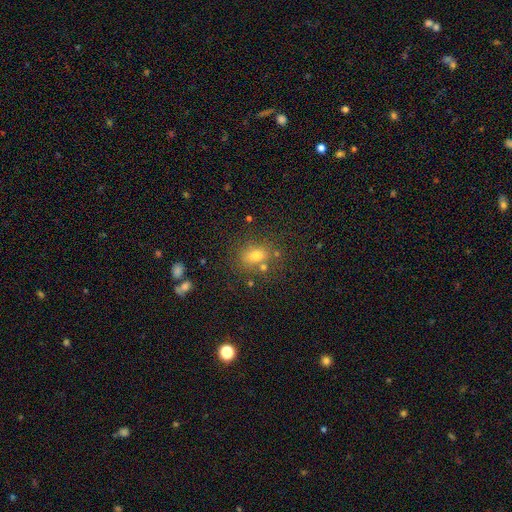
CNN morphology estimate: Smooth or featured? Predicted: smooth (p=0.69). How rounded? Predicted: in between (p=0.57). Merging? Predicted: none (p=0.69).